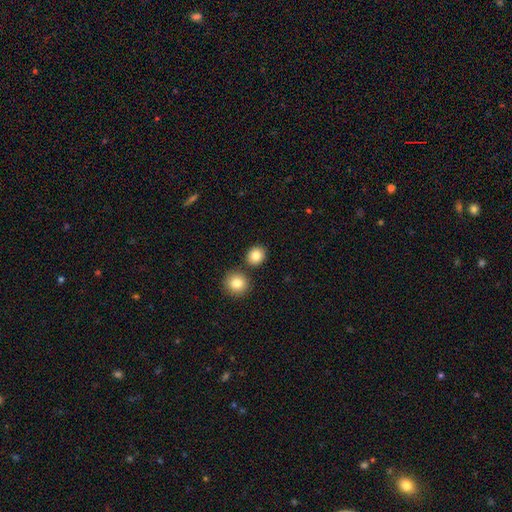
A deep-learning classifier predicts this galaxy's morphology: smooth 84%, star or artifact 10%, featured or disk 6%. Down the decision tree: how rounded — round (78%); merging — none (80%).